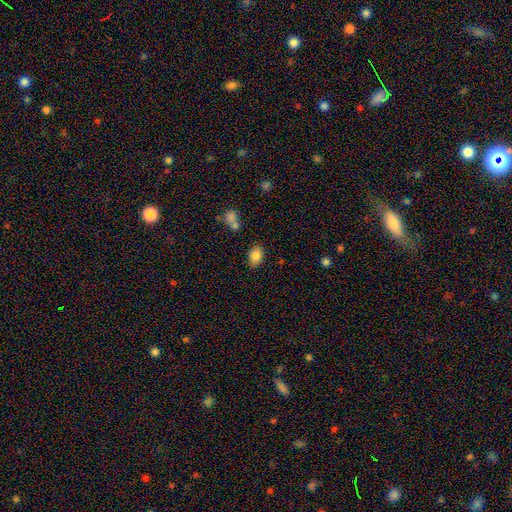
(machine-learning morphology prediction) smooth 84%, star or artifact 9%, featured or disk 8%. Down the decision tree: how rounded — in between (81%); merging — none (79%).